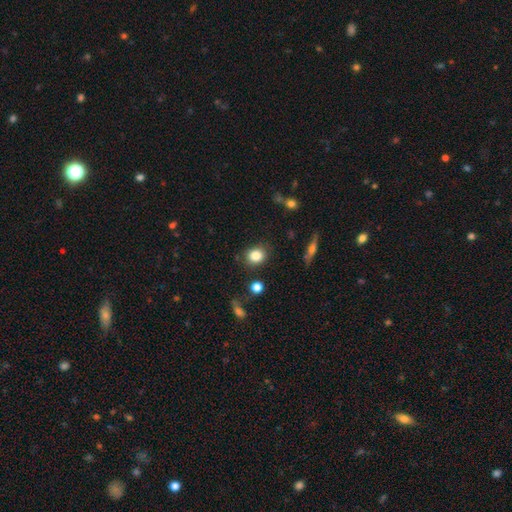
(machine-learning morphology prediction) A smooth galaxy with no disk features (84%) that is round (64%).

Vote fractions:
- Smooth or featured? smooth: 84% / star or artifact: 10% / featured or disk: 6%
- How rounded? round: 64% / in between: 35% / cigar-shaped: 1%
- Merging? none: 83% / minor disturbance: 11% / major disturbance: 3% / merger: 3%